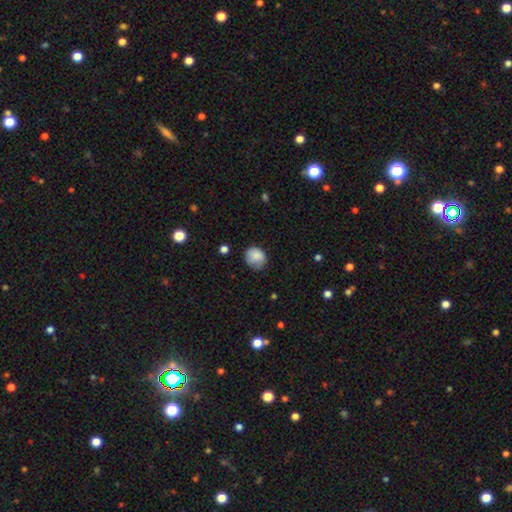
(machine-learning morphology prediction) smooth-or-featured: smooth: 83% | featured or disk: 9% | star or artifact: 8%
  how-rounded: round: 74% | in between: 25% | cigar-shaped: 1%
  merging: none: 63% | minor disturbance: 27% | major disturbance: 8% | merger: 2%